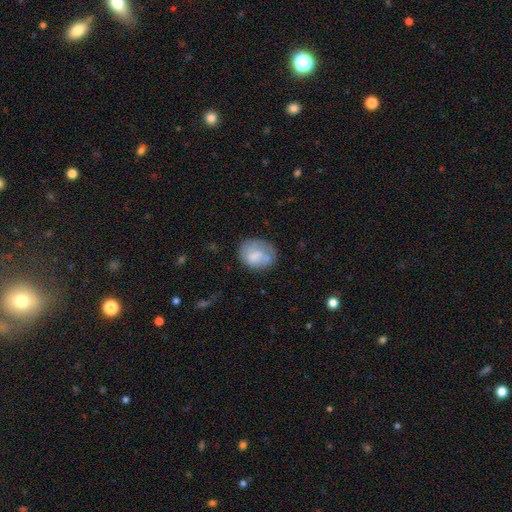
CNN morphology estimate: Smooth or featured? smooth (63%)
How rounded? round (55%)
Merging? none (56%)